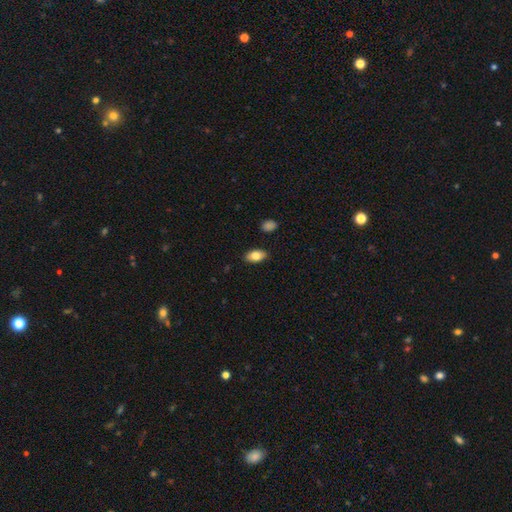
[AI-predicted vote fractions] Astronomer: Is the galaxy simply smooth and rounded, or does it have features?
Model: smooth — 81%.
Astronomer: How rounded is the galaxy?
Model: in between — 92%.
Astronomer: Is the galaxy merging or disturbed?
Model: none — 88%.